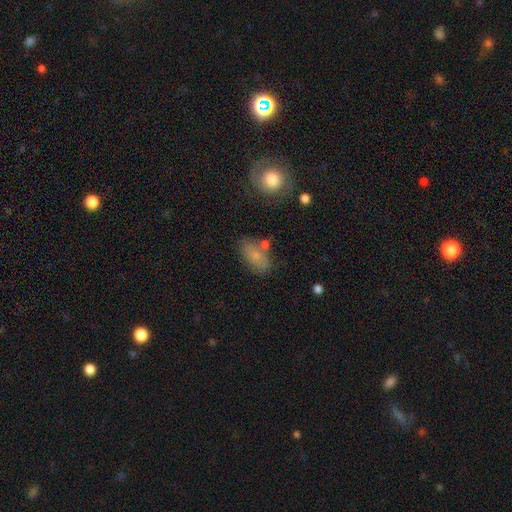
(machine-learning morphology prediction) A smooth galaxy with no disk features (73%) that is in between round and cigar-shaped (88%). Merging: none (64%).